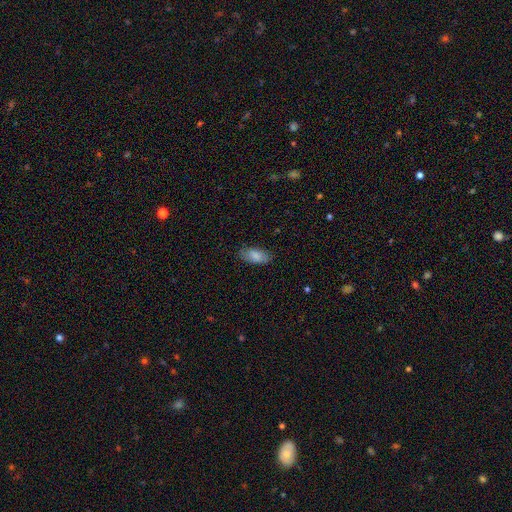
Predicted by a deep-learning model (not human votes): This is clearly a smooth galaxy (82%). How rounded: clearly in between (91%). Merging: clearly none (80%).